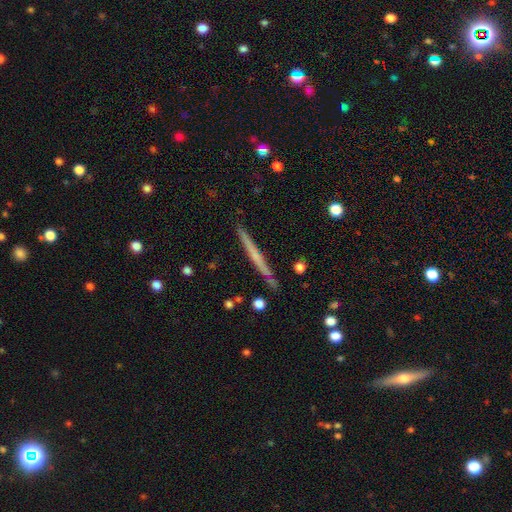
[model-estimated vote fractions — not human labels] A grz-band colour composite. It shows a featured or disk galaxy (54%) viewed edge-on (98%) with no central bulge (81%). Merging: none (90%).